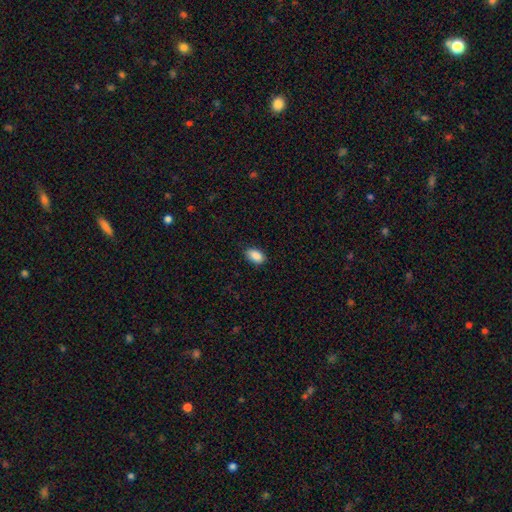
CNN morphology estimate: The model was most divided on "merging": none: 84%, minor disturbance: 13%, major disturbance: 2%, merger: 1%. More confident: how rounded — in between (90%); smooth or featured — smooth (89%).